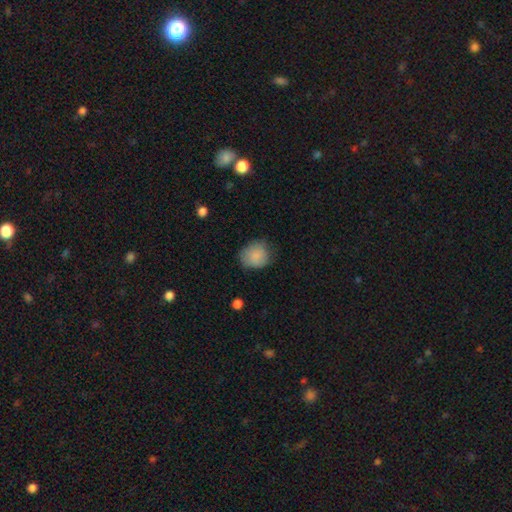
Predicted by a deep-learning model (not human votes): Morphology: type=smooth (85%); roundness=round (75%); merging=none (67%).